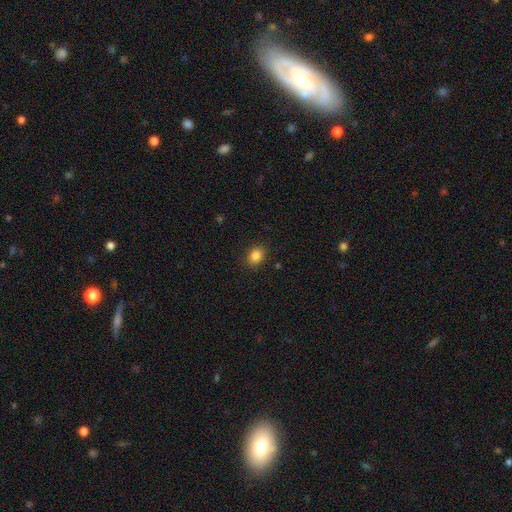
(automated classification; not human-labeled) smooth 86%, star or artifact 10%, featured or disk 4%. Down the decision tree: how rounded — in between (63%); merging — none (88%).